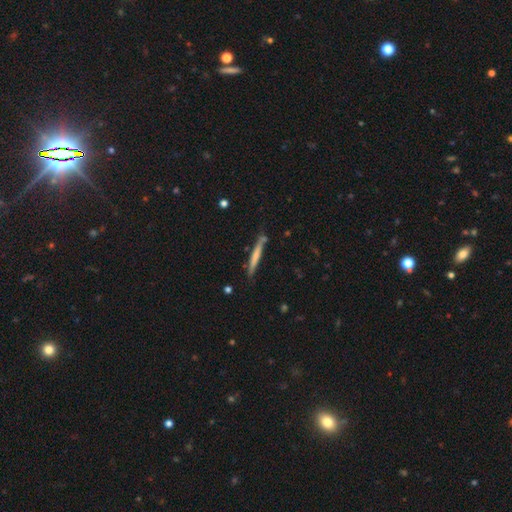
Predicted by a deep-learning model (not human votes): The model was most divided on "smooth or featured": smooth: 57%, featured or disk: 38%, star or artifact: 6%. More confident: how rounded — cigar-shaped (96%); merging — none (80%).